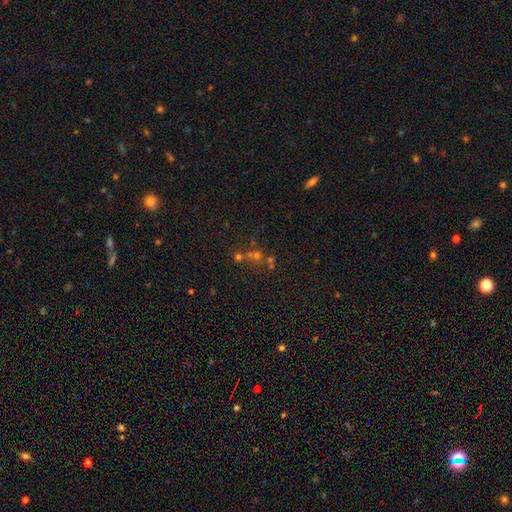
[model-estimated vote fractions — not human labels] Smooth or featured? Predicted: star or artifact (p=0.46).